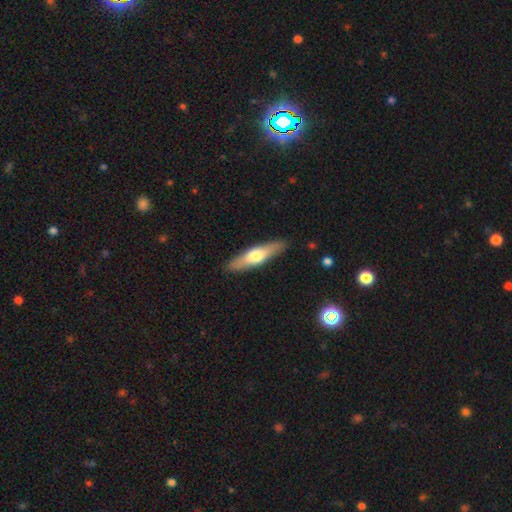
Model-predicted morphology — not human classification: Smooth or featured? Predicted: smooth (p=0.53). How rounded? Predicted: cigar-shaped (p=0.72). Merging? Predicted: none (p=0.89).